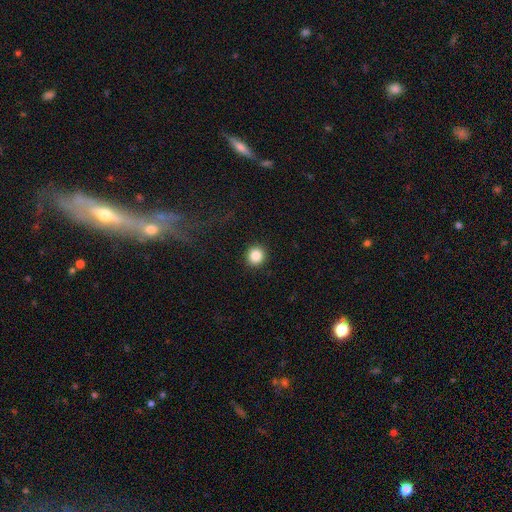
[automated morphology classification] This is clearly a smooth galaxy (86%). How rounded: clearly round (93%). Merging: clearly none (92%).